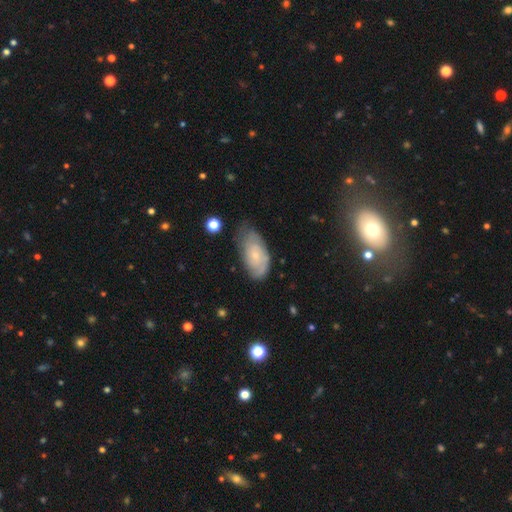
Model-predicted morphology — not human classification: A featured or disk galaxy (61%) with no bar (77%), spiral arms (85%) and a small central bulge (74%). Merging: none (62%).